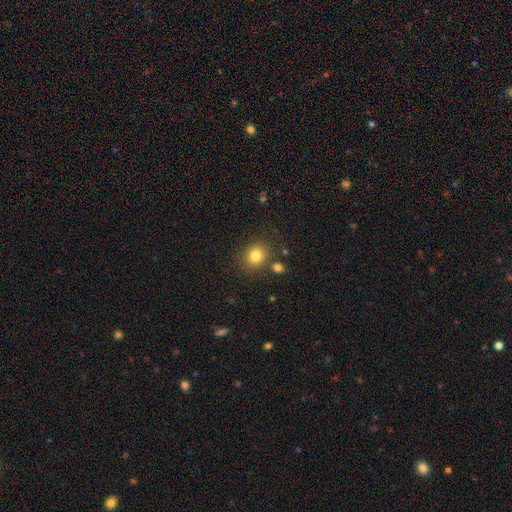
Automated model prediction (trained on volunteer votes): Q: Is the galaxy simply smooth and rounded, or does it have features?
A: smooth — 82%.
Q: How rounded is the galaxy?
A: round — 71%.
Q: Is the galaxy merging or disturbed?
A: none — 79%.